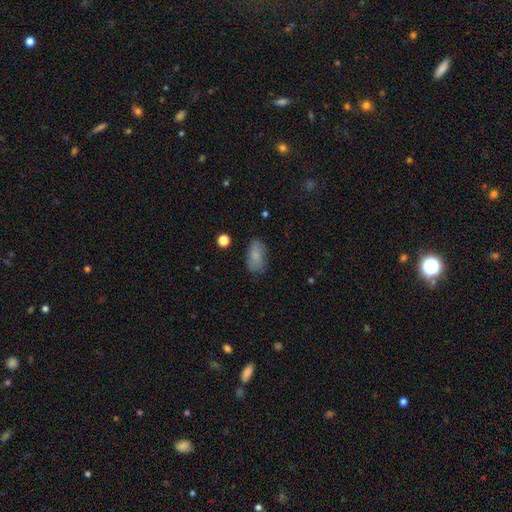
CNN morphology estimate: Smooth or featured? smooth (79%)
How rounded? in between (91%)
Merging? none (71%)